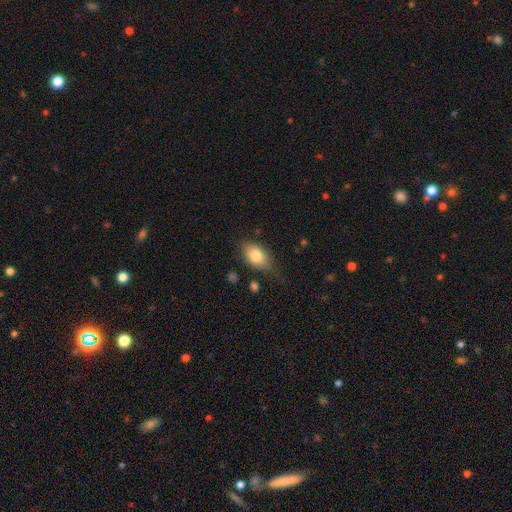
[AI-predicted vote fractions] Smooth or featured: smooth — 80% (featured or disk — 13%)
How rounded: in between — 88% (round — 10%)
Merging: none — 70% (minor disturbance — 22%)